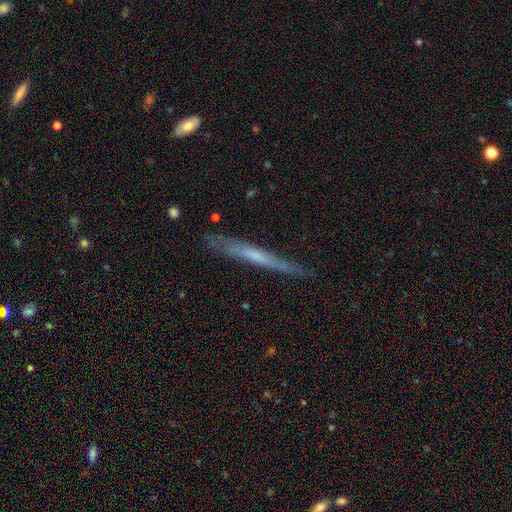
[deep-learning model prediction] Overall: featured or disk (54%; smooth 39%). Edge-on disk: yes (92%). Merging: none (80%).